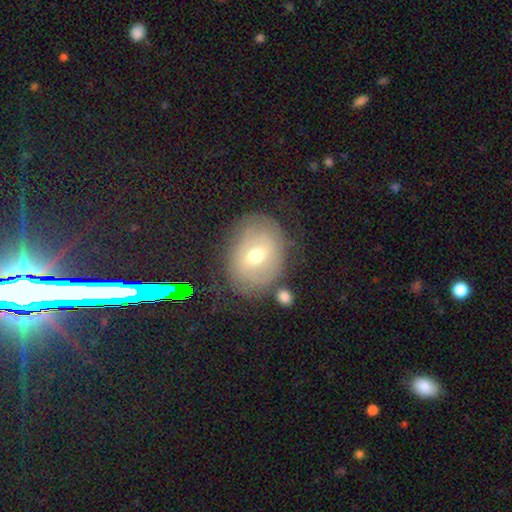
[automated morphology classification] This is possibly a featured or disk galaxy (49%). Merging: likely none (72%).